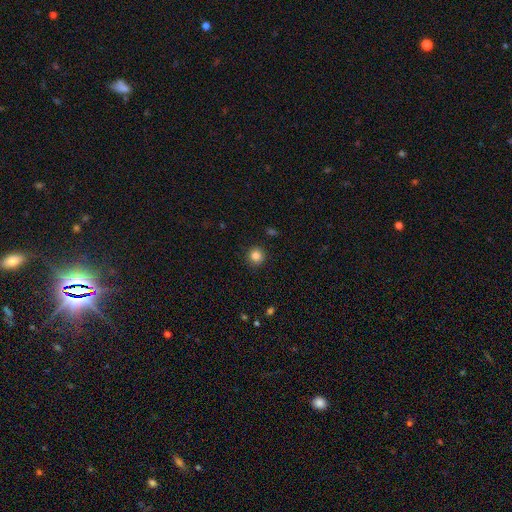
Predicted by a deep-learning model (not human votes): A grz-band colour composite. It shows a smooth galaxy with no disk features (84%) that is round (94%). Merging: none (91%).